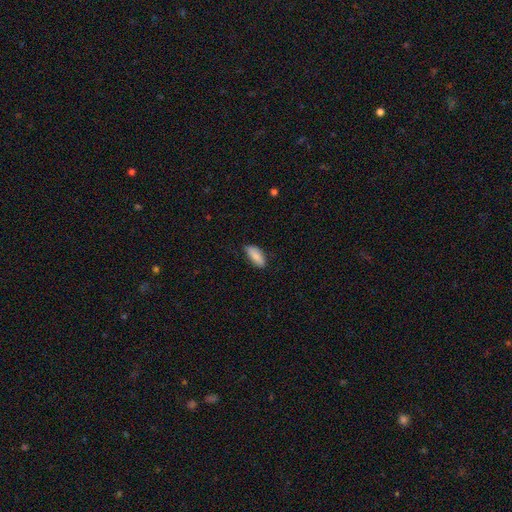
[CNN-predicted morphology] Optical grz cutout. It shows a smooth galaxy with no disk features (85%) that is in between round and cigar-shaped (83%). Merging: none (76%).